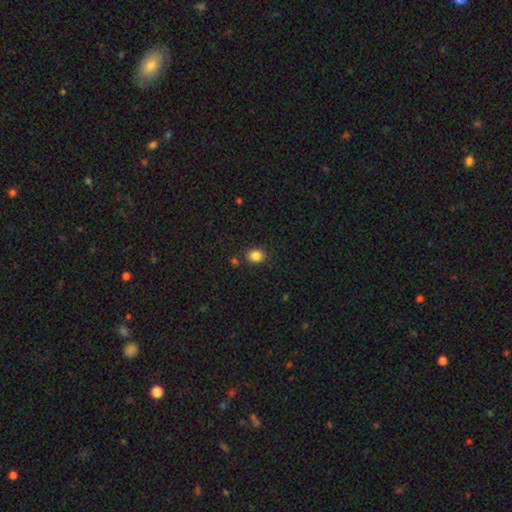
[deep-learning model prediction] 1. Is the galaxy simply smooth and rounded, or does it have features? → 85% smooth, 11% star or artifact, 4% featured or disk.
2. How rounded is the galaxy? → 61% round, 38% in between, 1% cigar-shaped.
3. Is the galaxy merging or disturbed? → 84% none, 9% minor disturbance, 4% merger, 3% major disturbance.